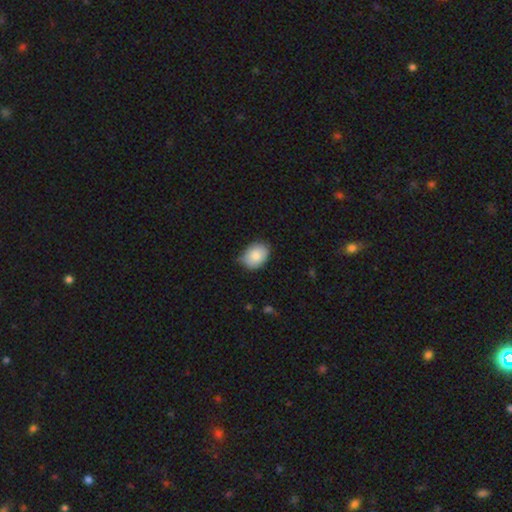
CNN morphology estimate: smooth 84%, featured or disk 9%, star or artifact 7%. Down the decision tree: how rounded — in between (71%); merging — none (65%).